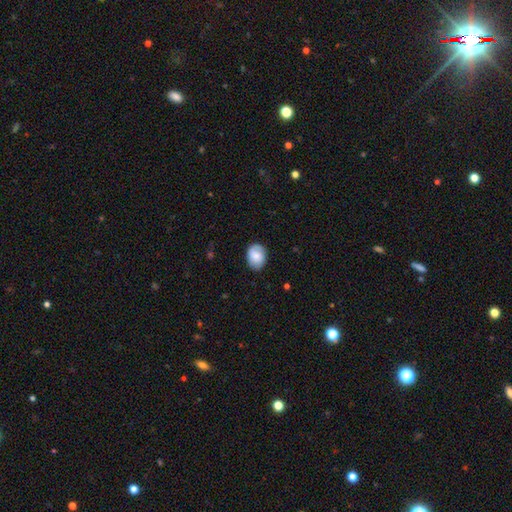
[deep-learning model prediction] Smooth or featured?
  - smooth: 72% *
  - featured or disk: 21%
  - star or artifact: 7%
How rounded?
  - in between: 62% *
  - round: 37%
  - cigar-shaped: 1%
Merging?
  - none: 80% *
  - minor disturbance: 16%
  - major disturbance: 3%
  - merger: 1%